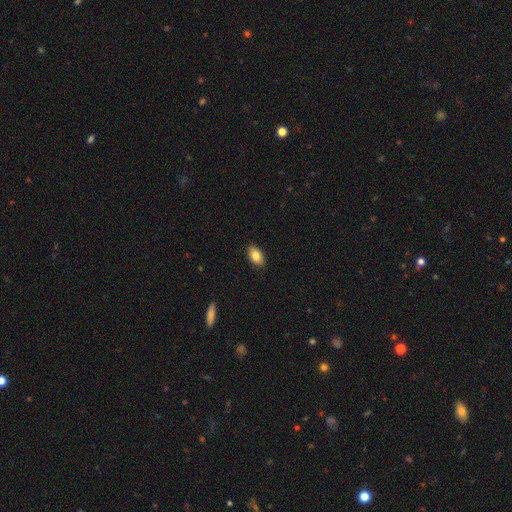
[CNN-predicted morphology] Q: Smooth or featured?
A: smooth (83%); runner-up: featured or disk (10%)
Q: How rounded?
A: in between (93%); runner-up: round (5%)
Q: Merging?
A: none (88%); runner-up: minor disturbance (9%)